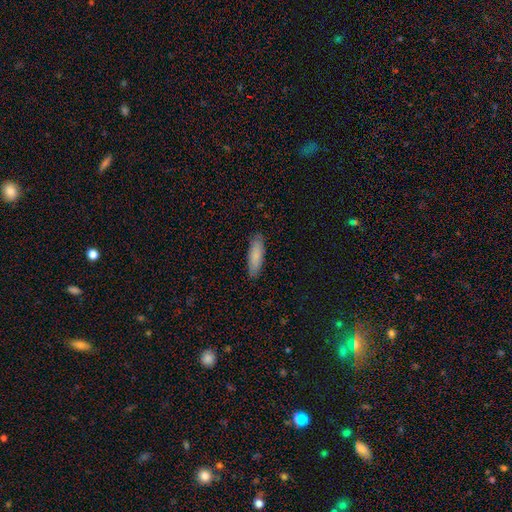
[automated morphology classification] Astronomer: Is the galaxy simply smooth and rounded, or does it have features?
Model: smooth — 84%.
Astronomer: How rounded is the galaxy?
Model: cigar-shaped — 57% (runner-up: in between, 42%).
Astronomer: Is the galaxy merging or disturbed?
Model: none — 87%.